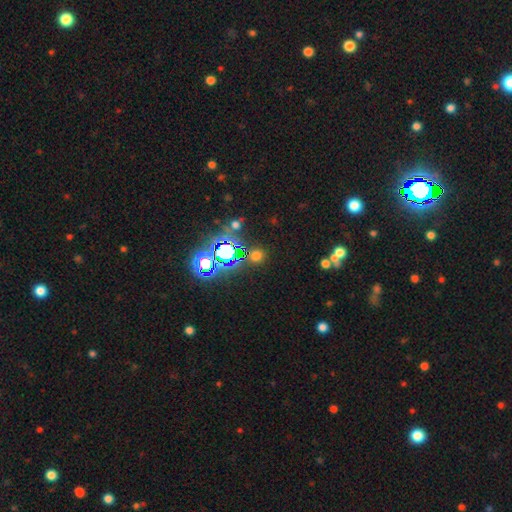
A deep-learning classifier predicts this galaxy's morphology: smooth 50%, star or artifact 43%, featured or disk 7%. Down the decision tree: how rounded — round (85%); merging — none (82%).